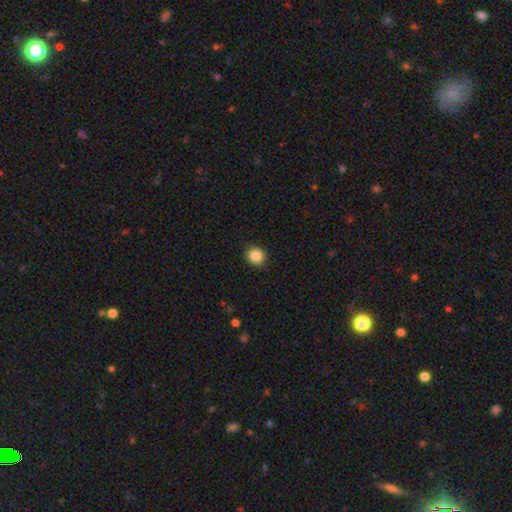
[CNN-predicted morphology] This appears to be a smooth galaxy with no disk features (86%) that is round (79%). Merging: none (88%).